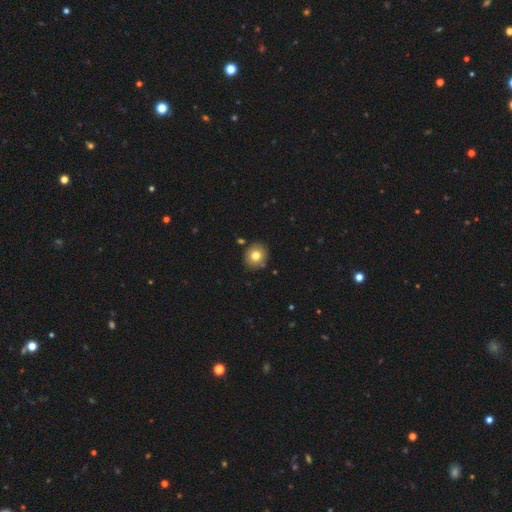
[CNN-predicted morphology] Smooth or featured?
  - smooth: 77% *
  - featured or disk: 12%
  - star or artifact: 11%
How rounded?
  - round: 84% *
  - in between: 15%
  - cigar-shaped: 1%
Merging?
  - none: 86% *
  - minor disturbance: 9%
  - merger: 4%
  - major disturbance: 2%